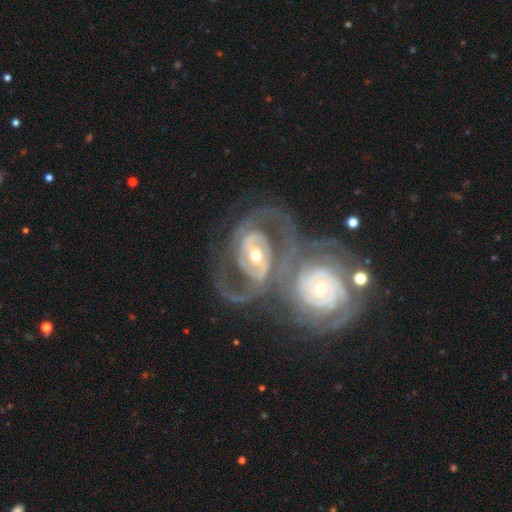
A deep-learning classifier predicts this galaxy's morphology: Smooth or featured? Predicted: featured or disk (p=0.88). Edge-on disk? Predicted: no (p=0.97). Bar? Predicted: no (p=0.46). Spiral arms? Predicted: yes (p=0.92). Spiral winding? Predicted: tight (p=0.50). Spiral arm count? Predicted: 2 (p=0.65). Bulge size? Predicted: moderate (p=0.49). Merging? Predicted: merger (p=0.56).